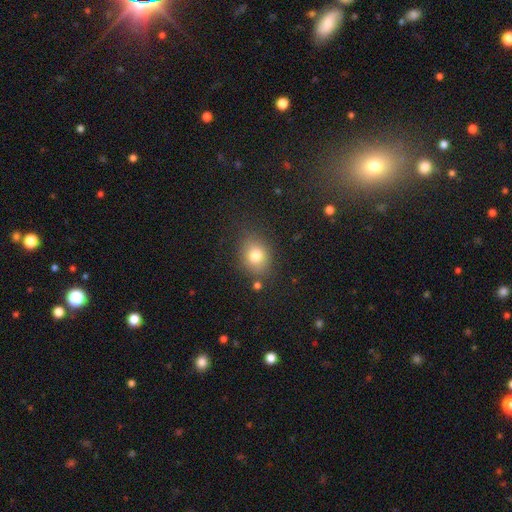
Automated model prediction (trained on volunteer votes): Smooth or featured? smooth (78%)
How rounded? round (55%)
Merging? none (76%)